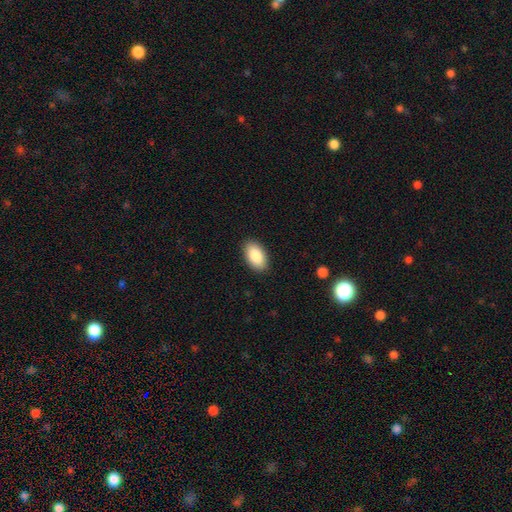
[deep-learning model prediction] Smooth or featured: smooth — 88% (star or artifact — 6%)
How rounded: in between — 95% (round — 3%)
Merging: none — 89% (minor disturbance — 8%)